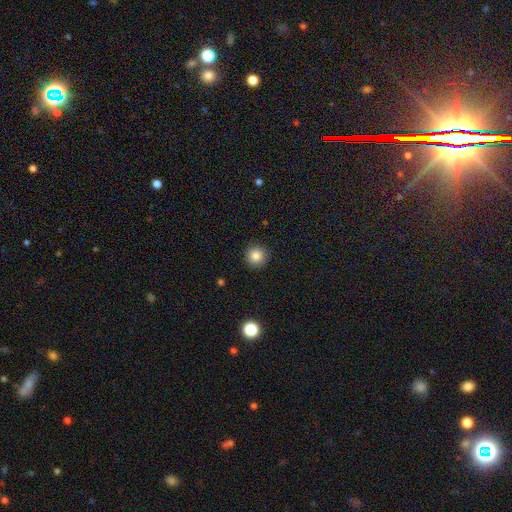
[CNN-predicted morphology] smooth-or-featured: smooth: 84% | star or artifact: 11% | featured or disk: 5%
  how-rounded: round: 95% | in between: 4% | cigar-shaped: 1%
  merging: none: 91% | minor disturbance: 6% | major disturbance: 2% | merger: 1%